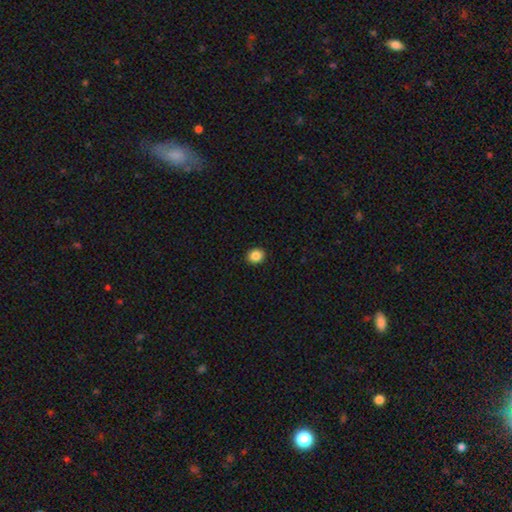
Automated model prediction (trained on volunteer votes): smooth 86%, star or artifact 10%, featured or disk 4%. Down the decision tree: how rounded — round (71%); merging — none (92%).